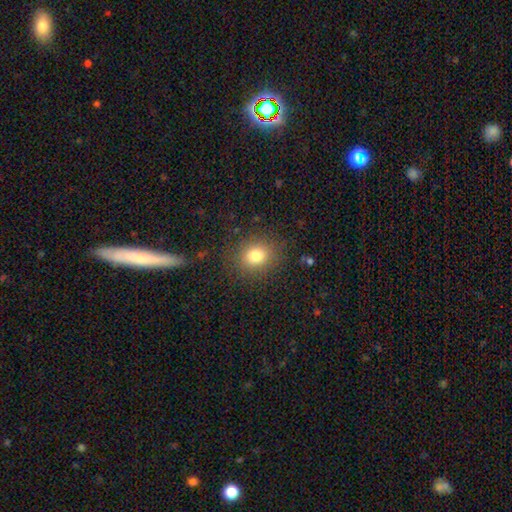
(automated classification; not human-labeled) Smooth or featured? Predicted: smooth (p=0.79). How rounded? Predicted: round (p=0.71). Merging? Predicted: none (p=0.86).